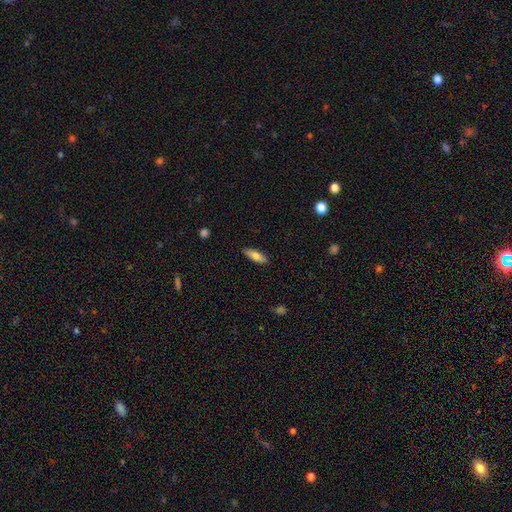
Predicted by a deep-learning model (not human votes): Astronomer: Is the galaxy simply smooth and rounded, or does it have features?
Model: smooth — 78%.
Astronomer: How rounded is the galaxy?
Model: in between — 60% (runner-up: cigar-shaped, 38%).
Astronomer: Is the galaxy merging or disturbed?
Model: none — 87%.